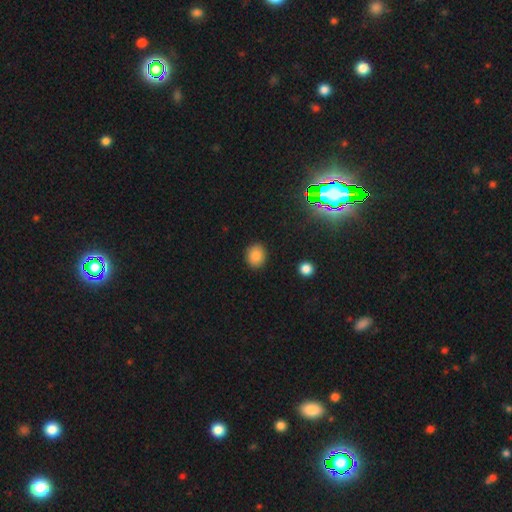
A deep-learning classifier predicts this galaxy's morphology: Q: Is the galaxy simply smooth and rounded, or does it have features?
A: smooth — 85%.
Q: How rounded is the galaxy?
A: round — 65%.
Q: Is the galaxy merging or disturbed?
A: none — 89%.